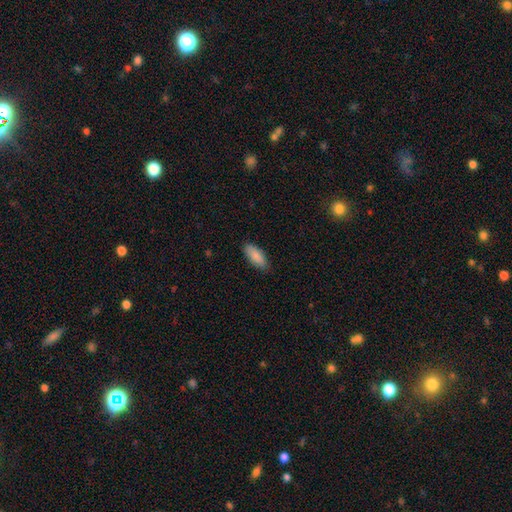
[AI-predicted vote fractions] smooth-or-featured: smooth: 87% | featured or disk: 7% | star or artifact: 6%
  how-rounded: in between: 81% | cigar-shaped: 17% | round: 2%
  merging: none: 85% | minor disturbance: 12% | major disturbance: 2% | merger: 1%